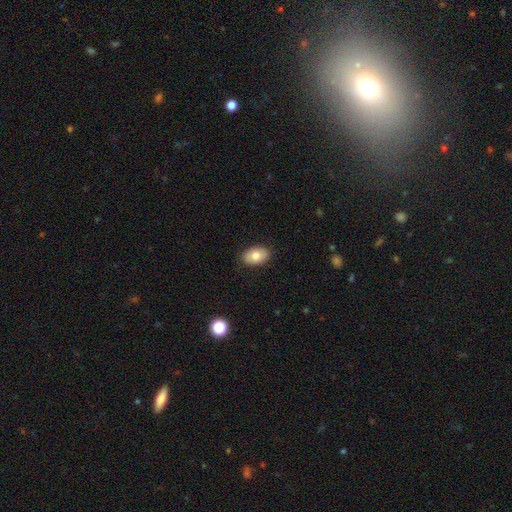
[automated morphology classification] smooth_or_featured: smooth (p=0.79) [alt: featured or disk p=0.13]
how_rounded: in between (p=0.89) [alt: round p=0.10]
merging: none (p=0.87) [alt: minor disturbance p=0.10]